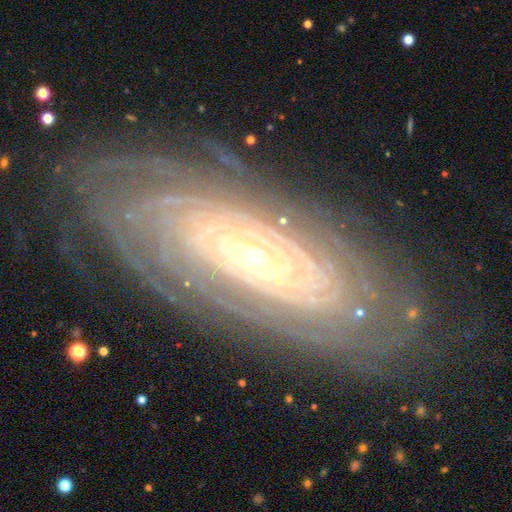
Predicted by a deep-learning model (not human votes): Smooth or featured: featured or disk — 84% (smooth — 8%)
Edge-on disk: no — 88% (yes — 12%)
Bar: no — 71% (weak — 19%)
Spiral arms: yes — 95% (no — 5%)
Spiral winding: tight — 86% (medium — 11%)
Spiral arm count: can't tell — 39% (more than 4 — 26%)
Bulge size: small — 72% (moderate — 22%)
Merging: none — 81% (minor disturbance — 13%)